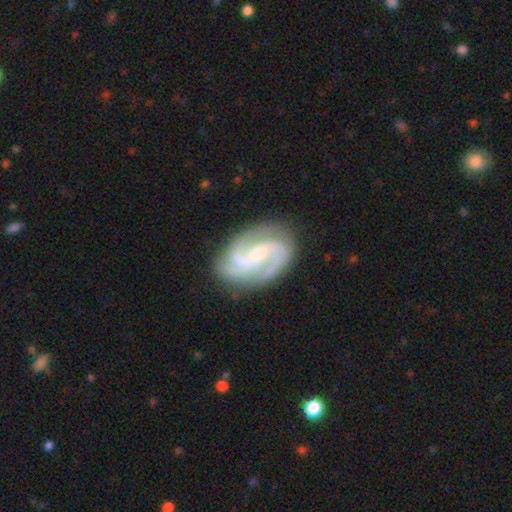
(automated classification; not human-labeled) Morphology: type=featured or disk (90%); edge-on=no (97%); bar=no (46%); spiral arms=yes (98%); winding=medium (53%); arm count=2 (42%); bulge=small (61%); merging=none (80%).